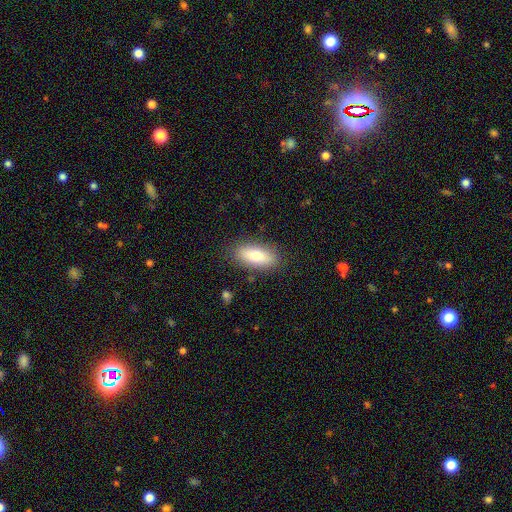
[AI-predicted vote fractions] Overall: smooth (79%). How rounded: in between (82%). Merging: none (87%).